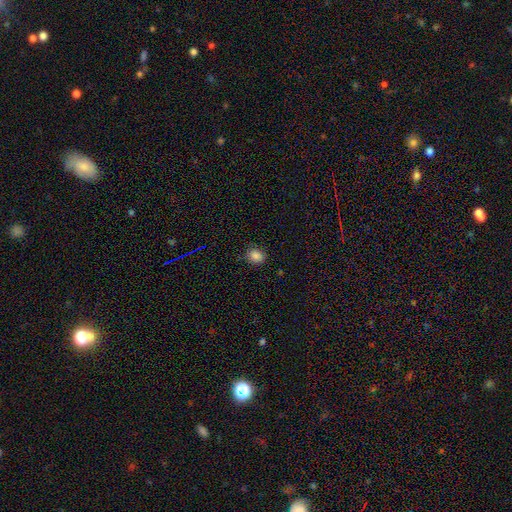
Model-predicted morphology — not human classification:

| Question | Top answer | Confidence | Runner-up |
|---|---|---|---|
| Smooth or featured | smooth | 84% | star or artifact (11%) |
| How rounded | round | 60% | in between (39%) |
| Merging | none | 84% | minor disturbance (12%) |